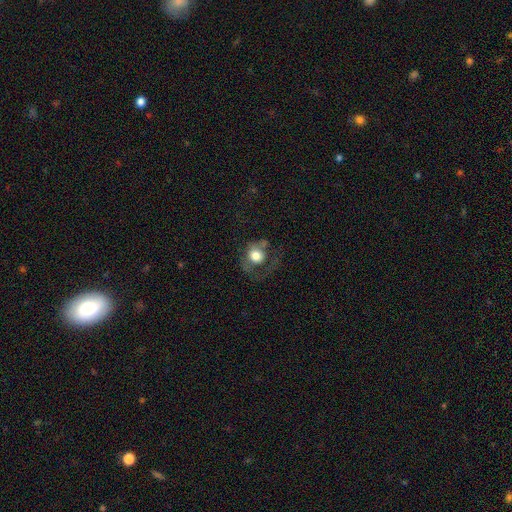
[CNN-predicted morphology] Smooth or featured: smooth — 64% (featured or disk — 26%)
How rounded: round — 76% (in between — 23%)
Merging: major disturbance — 42% (none — 34%)